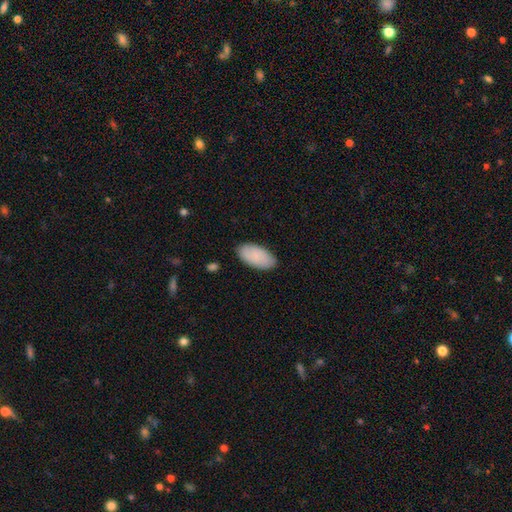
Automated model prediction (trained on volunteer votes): smooth_or_featured: smooth (p=0.87) [alt: featured or disk p=0.08]
how_rounded: in between (p=0.95) [alt: cigar-shaped p=0.03]
merging: none (p=0.86) [alt: minor disturbance p=0.11]